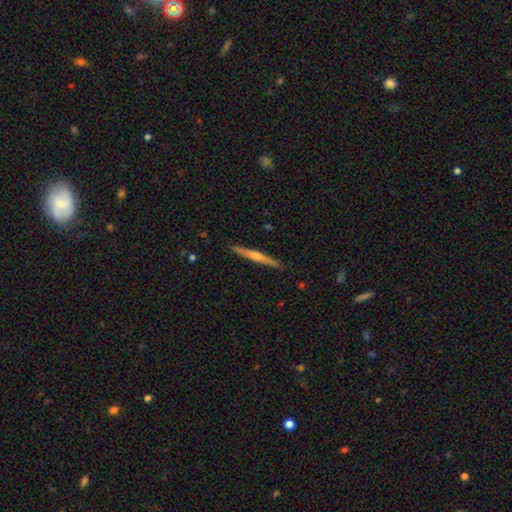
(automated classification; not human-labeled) Overall: featured or disk (74%). Edge-on disk: yes (98%). Edge-on bulge: rounded (86%). Merging: none (92%).